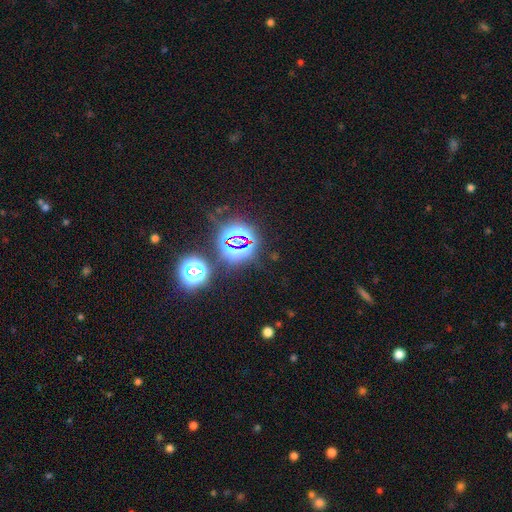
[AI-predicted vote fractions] Morphology: type=star or artifact (77%).